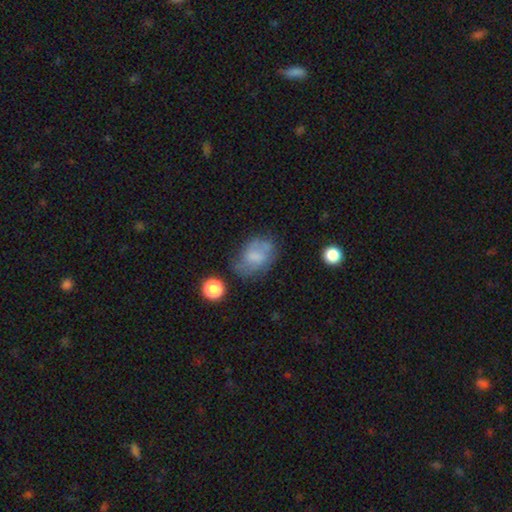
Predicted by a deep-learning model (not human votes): smooth 57%, featured or disk 33%, star or artifact 10%. Down the decision tree: how rounded — in between (77%); merging — none (49%).